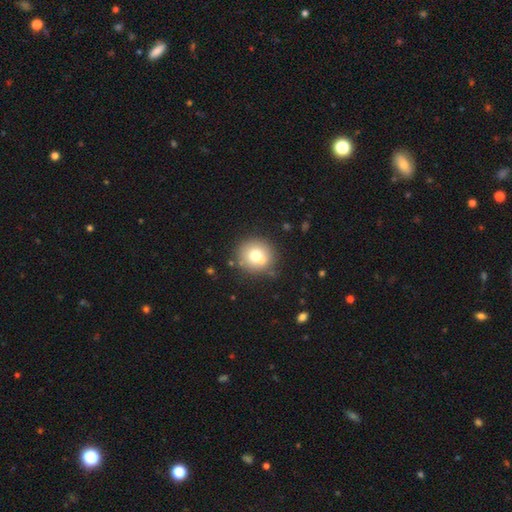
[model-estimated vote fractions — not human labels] smooth 69%, featured or disk 20%, star or artifact 12%. Down the decision tree: how rounded — round (92%); merging — none (67%).